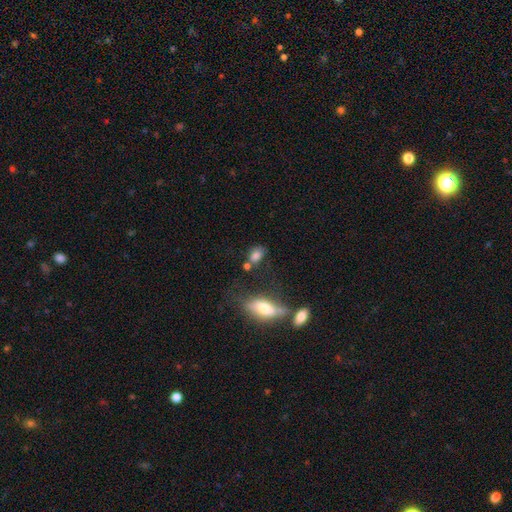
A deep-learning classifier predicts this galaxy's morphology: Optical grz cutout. It shows a smooth galaxy with no disk features (78%) that is in between round and cigar-shaped (78%). Merging: none (56%).